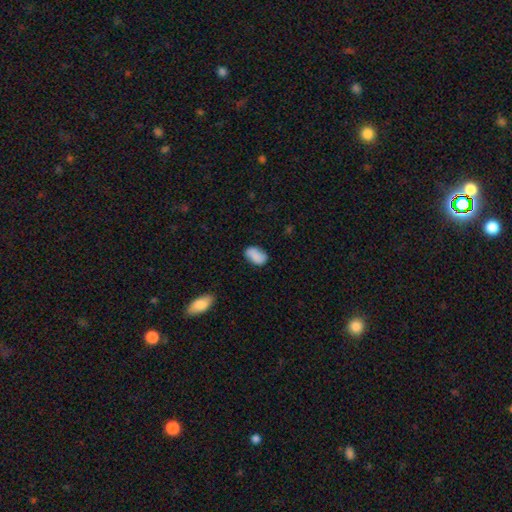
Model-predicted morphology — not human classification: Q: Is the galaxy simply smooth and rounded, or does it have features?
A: smooth — 85%.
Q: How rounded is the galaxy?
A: in between — 90%.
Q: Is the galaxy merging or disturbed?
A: none — 74%.